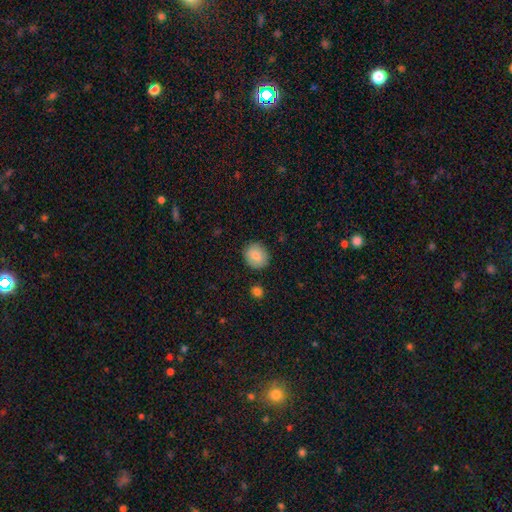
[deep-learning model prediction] smooth_or_featured: smooth (p=0.85) [alt: star or artifact p=0.08]
how_rounded: round (p=0.79) [alt: in between p=0.20]
merging: none (p=0.88) [alt: minor disturbance p=0.08]